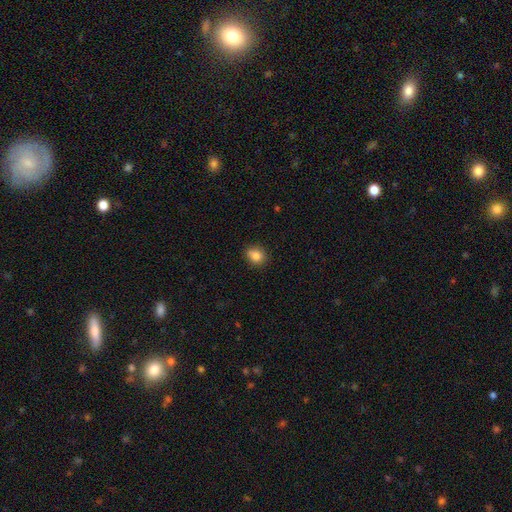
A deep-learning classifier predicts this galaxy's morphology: smooth 85%, star or artifact 10%, featured or disk 5%. Down the decision tree: how rounded — round (62%); merging — none (82%).